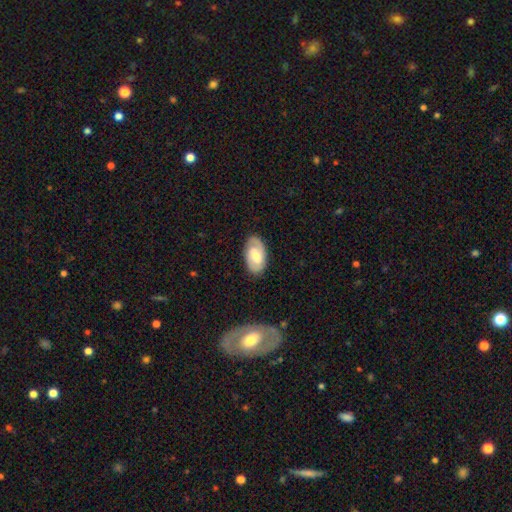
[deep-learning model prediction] featured or disk 68%, smooth 27%, star or artifact 6%. Down the decision tree: edge-on disk — no (95%); bar — weak (52%); spiral arms — yes (89%); spiral arm count — 2 (79%); spiral winding — tight (49%); bulge size — moderate (51%); merging — none (83%).